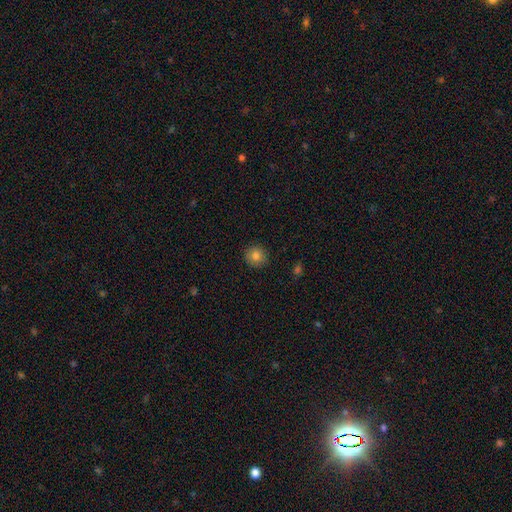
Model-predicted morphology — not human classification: Smooth or featured? Predicted: smooth (p=0.83). How rounded? Predicted: round (p=0.91). Merging? Predicted: none (p=0.89).